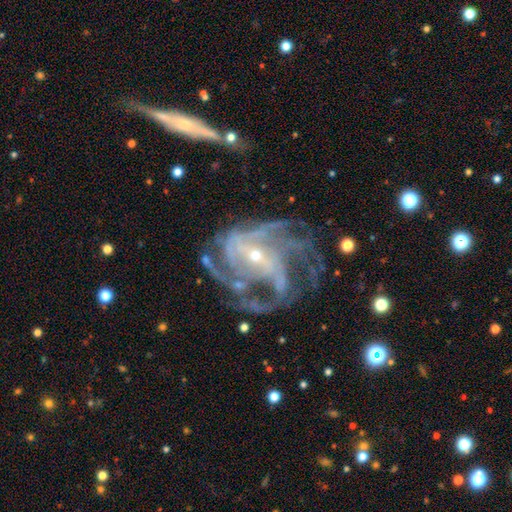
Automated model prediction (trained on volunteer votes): Overall: featured or disk (89%). Edge-on disk: no (97%). Bar: no (39%; weak 34%). Spiral arms: yes (96%). Spiral arm count: 4 (27%; 3 24%). Spiral winding: medium (47%; tight 37%). Bulge size: small (81%). Merging: none (49%; major disturbance 28%).